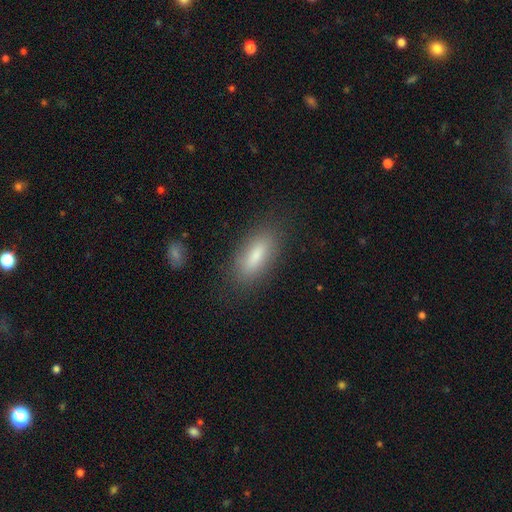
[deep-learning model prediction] Smooth or featured: smooth — 79% (featured or disk — 14%)
How rounded: in between — 67% (cigar-shaped — 30%)
Merging: none — 83% (minor disturbance — 11%)